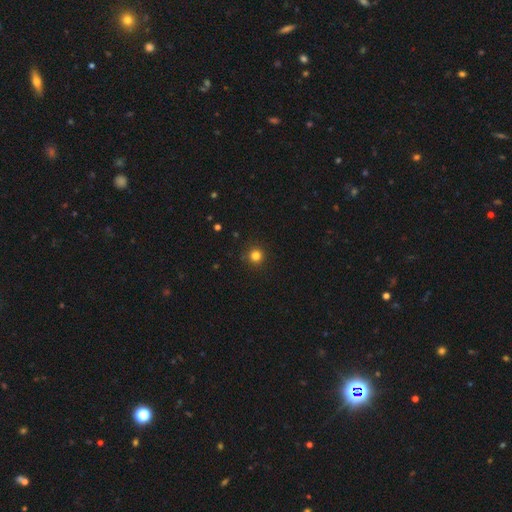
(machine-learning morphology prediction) smooth-or-featured: smooth: 82% | star or artifact: 14% | featured or disk: 4%
  how-rounded: round: 95% | in between: 4% | cigar-shaped: 1%
  merging: none: 90% | minor disturbance: 7% | major disturbance: 2% | merger: 1%